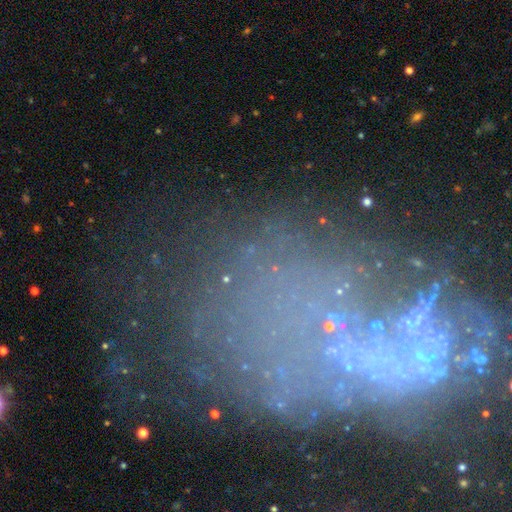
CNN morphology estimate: A featured or disk galaxy (43%).

Vote fractions:
- Smooth or featured? featured or disk: 43% / star or artifact: 39% / smooth: 18%
- Merging? none: 38% / major disturbance: 32% / minor disturbance: 15% / merger: 14%